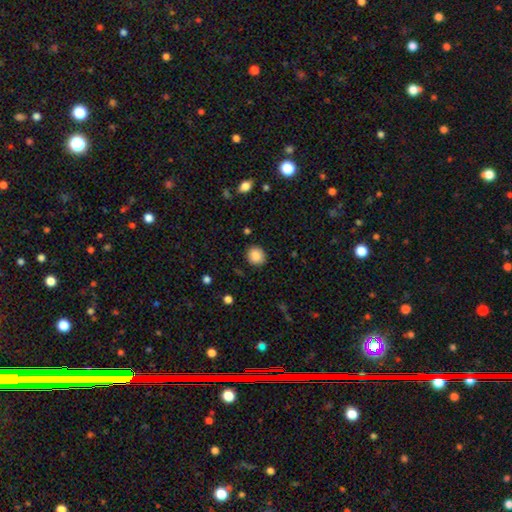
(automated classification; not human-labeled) Smooth or featured? smooth (87%)
How rounded? round (82%)
Merging? none (89%)